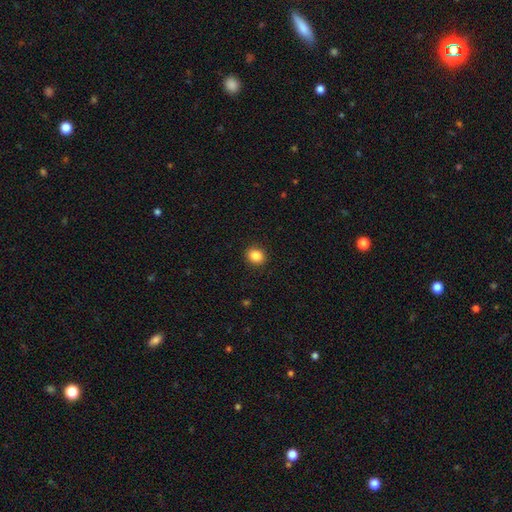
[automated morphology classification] smooth-or-featured: smooth: 86% | star or artifact: 10% | featured or disk: 5%
  how-rounded: round: 63% | in between: 36% | cigar-shaped: 1%
  merging: none: 91% | minor disturbance: 6% | major disturbance: 2% | merger: 1%